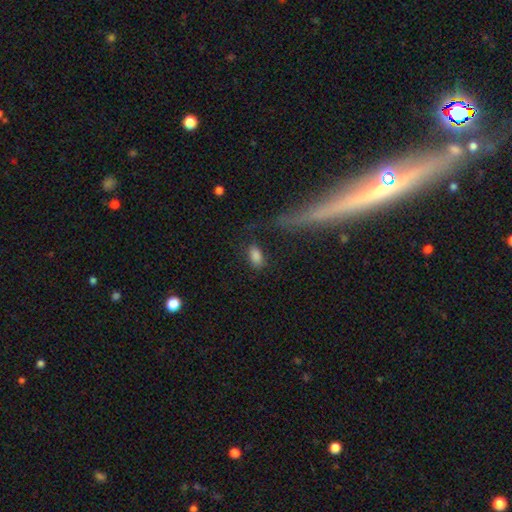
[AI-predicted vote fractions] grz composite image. It shows a smooth galaxy with no disk features (83%) that is in between round and cigar-shaped (90%). Merging: none (70%).